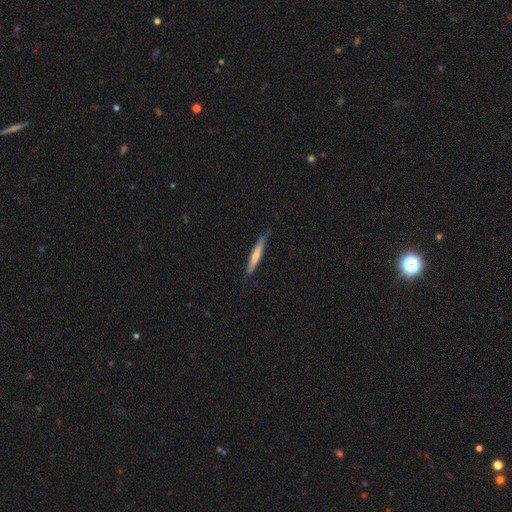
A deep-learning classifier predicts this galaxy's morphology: The model was most divided on "smooth or featured": smooth: 59%, featured or disk: 36%, star or artifact: 5%. More confident: how rounded — cigar-shaped (93%); merging — none (75%).